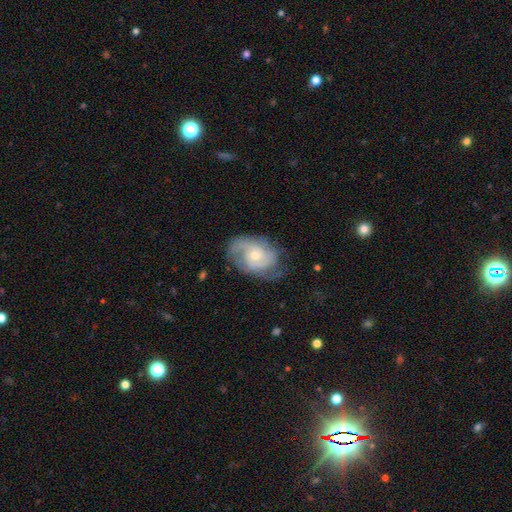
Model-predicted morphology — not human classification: Q: Smooth or featured?
A: featured or disk (77%); runner-up: smooth (18%)
Q: Edge-on disk?
A: no (97%); runner-up: yes (3%)
Q: Bar?
A: no (69%); runner-up: weak (27%)
Q: Spiral arms?
A: yes (92%); runner-up: no (8%)
Q: Spiral winding?
A: tight (45%); runner-up: medium (40%)
Q: Spiral arm count?
A: 2 (47%); runner-up: can't tell (26%)
Q: Bulge size?
A: small (49%); runner-up: moderate (46%)
Q: Merging?
A: none (60%); runner-up: minor disturbance (25%)